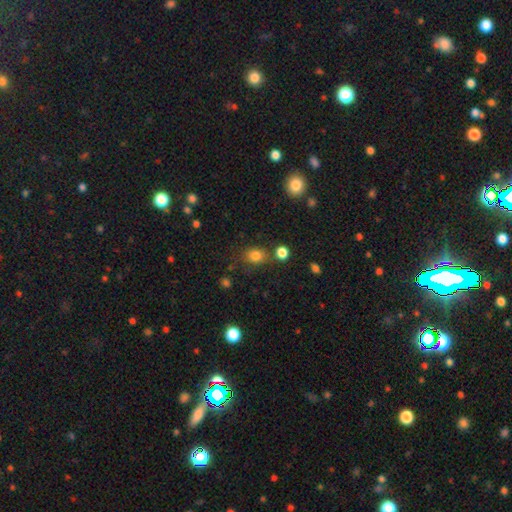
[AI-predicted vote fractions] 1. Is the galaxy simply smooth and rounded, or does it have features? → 81% smooth, 13% star or artifact, 6% featured or disk.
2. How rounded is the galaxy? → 53% round, 46% in between, 1% cigar-shaped.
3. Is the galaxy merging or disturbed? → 72% none, 14% minor disturbance, 9% merger, 5% major disturbance.